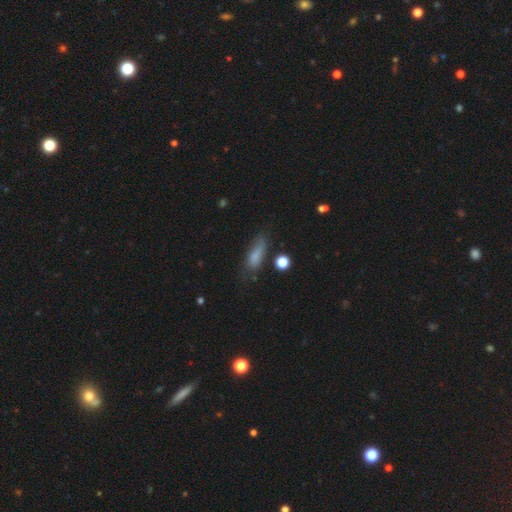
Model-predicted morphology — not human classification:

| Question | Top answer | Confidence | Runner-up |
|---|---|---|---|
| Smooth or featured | smooth | 76% | featured or disk (14%) |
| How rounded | in between | 56% | cigar-shaped (40%) |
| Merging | none | 54% | minor disturbance (29%) |